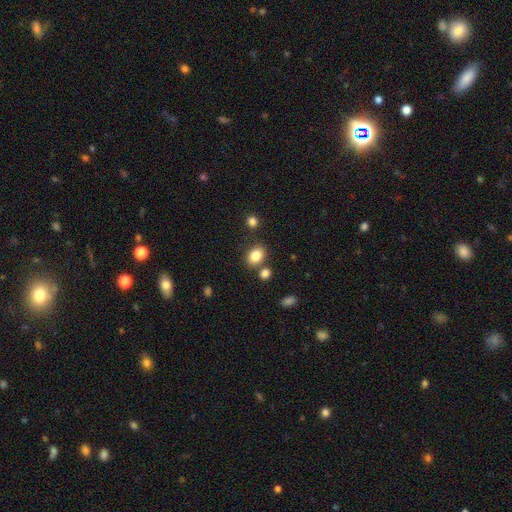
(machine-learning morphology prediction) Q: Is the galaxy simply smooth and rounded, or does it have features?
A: smooth — 84%.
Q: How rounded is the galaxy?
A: in between — 63%.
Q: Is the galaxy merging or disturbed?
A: none — 72%.